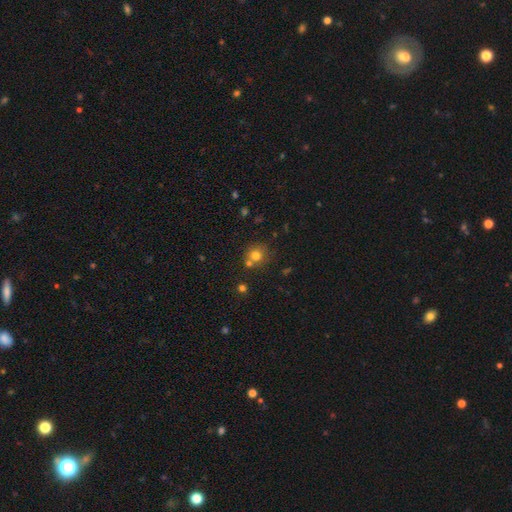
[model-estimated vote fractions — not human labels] A smooth galaxy with no disk features (75%) that is round (88%).

Vote fractions:
- Smooth or featured? smooth: 75% / star or artifact: 15% / featured or disk: 10%
- How rounded? round: 88% / in between: 11% / cigar-shaped: 1%
- Merging? none: 66% / merger: 22% / minor disturbance: 9% / major disturbance: 3%